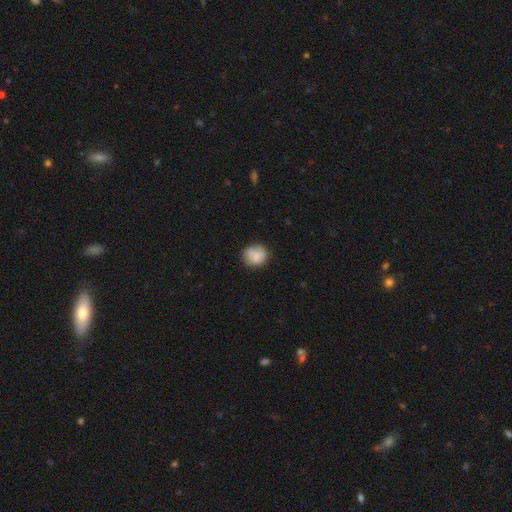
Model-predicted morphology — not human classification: Smooth or featured: smooth — 79% (featured or disk — 13%)
How rounded: round — 79% (in between — 20%)
Merging: none — 69% (minor disturbance — 22%)